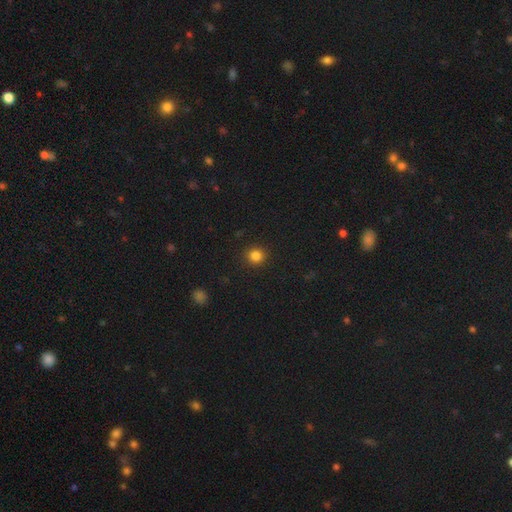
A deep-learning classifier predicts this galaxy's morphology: This is clearly a smooth galaxy (84%). How rounded: clearly round (91%). Merging: clearly none (91%).